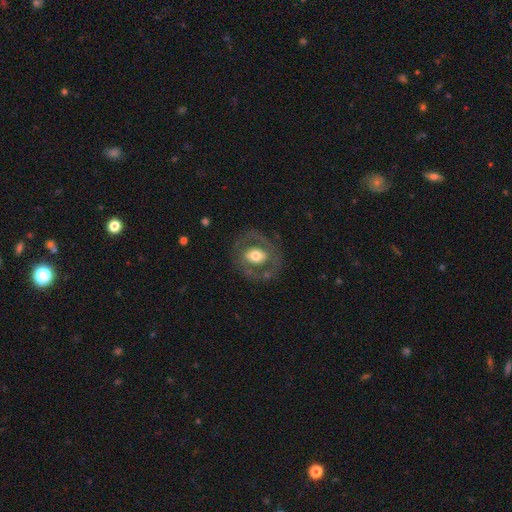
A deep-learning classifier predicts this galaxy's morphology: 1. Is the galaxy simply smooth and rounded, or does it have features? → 54% featured or disk, 40% smooth, 6% star or artifact.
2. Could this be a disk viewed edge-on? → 95% no, 5% yes.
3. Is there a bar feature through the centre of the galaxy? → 69% no, 21% weak, 11% strong.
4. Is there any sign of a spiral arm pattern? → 74% no, 26% yes.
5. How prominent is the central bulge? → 59% moderate, 30% large, 8% small, 3% dominant, 1% none.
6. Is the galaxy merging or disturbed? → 75% none, 13% minor disturbance, 11% major disturbance, 2% merger.